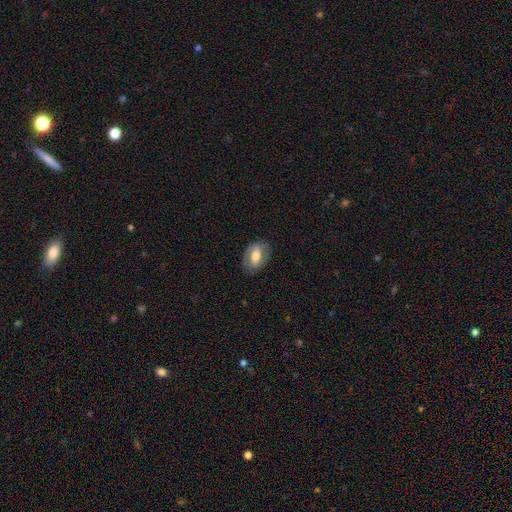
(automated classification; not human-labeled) A smooth galaxy with no disk features (50%). Merging: none (77%).